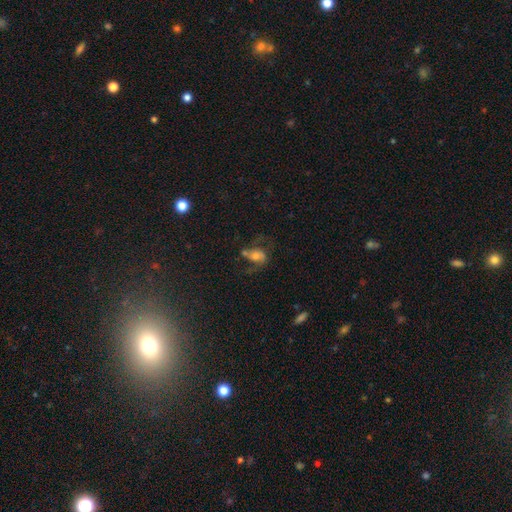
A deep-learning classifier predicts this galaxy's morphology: Smooth or featured?
  - featured or disk: 51% *
  - smooth: 35%
  - star or artifact: 14%
Edge-on disk?
  - no: 95% *
  - yes: 5%
Merging?
  - none: 44% *
  - major disturbance: 27%
  - minor disturbance: 20%
  - merger: 10%